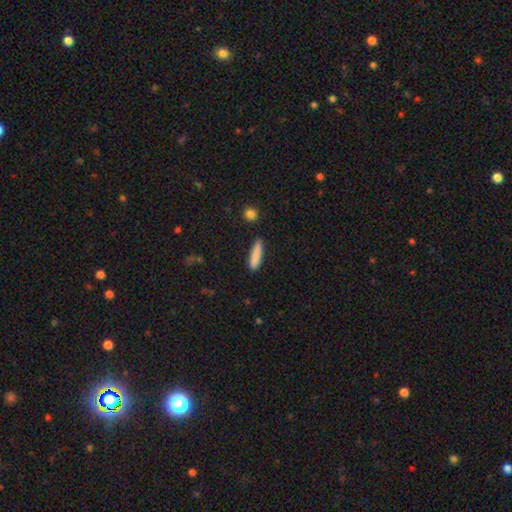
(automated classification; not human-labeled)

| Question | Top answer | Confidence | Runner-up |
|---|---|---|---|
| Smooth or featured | smooth | 85% | featured or disk (8%) |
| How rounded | cigar-shaped | 83% | in between (15%) |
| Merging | none | 86% | minor disturbance (10%) |